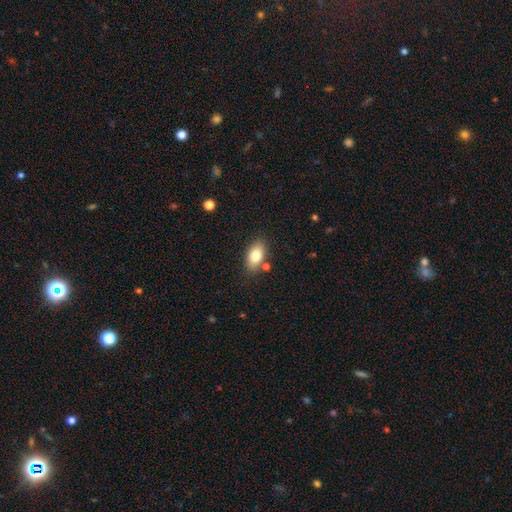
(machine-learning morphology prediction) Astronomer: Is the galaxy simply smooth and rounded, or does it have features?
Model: smooth — 79%.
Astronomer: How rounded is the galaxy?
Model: in between — 89%.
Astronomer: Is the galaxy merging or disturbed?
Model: none — 78%.